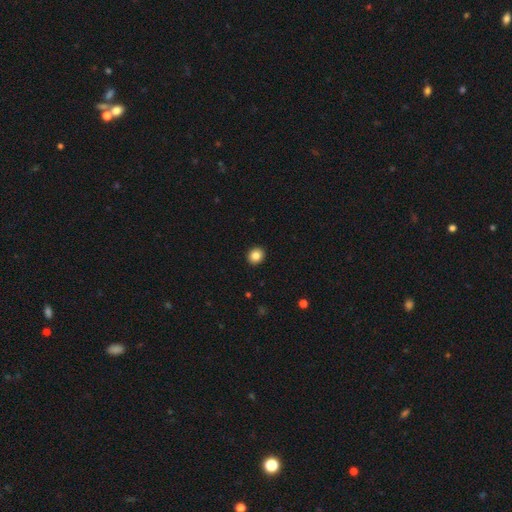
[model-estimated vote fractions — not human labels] Morphology: type=smooth (84%); roundness=round (76%); merging=none (93%).